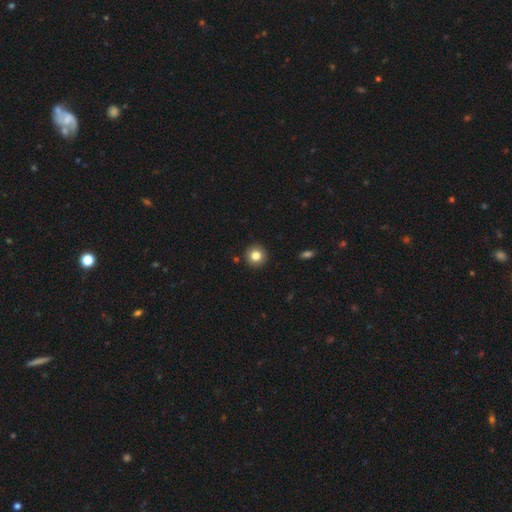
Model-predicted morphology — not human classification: Smooth or featured?
  - smooth: 81% *
  - star or artifact: 11%
  - featured or disk: 8%
How rounded?
  - round: 94% *
  - in between: 5%
  - cigar-shaped: 1%
Merging?
  - none: 91% *
  - minor disturbance: 6%
  - major disturbance: 2%
  - merger: 2%